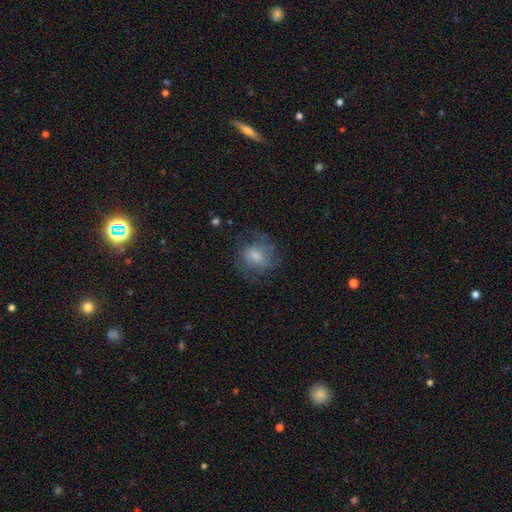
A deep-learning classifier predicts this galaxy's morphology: Smooth or featured?
  - smooth: 49% *
  - featured or disk: 41%
  - star or artifact: 9%
Merging?
  - none: 60% *
  - minor disturbance: 21%
  - major disturbance: 18%
  - merger: 1%